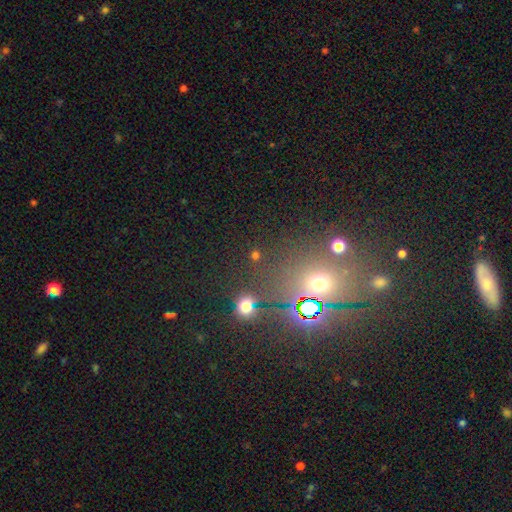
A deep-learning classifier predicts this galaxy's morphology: A smooth galaxy with no disk features (47%). Merging: none (77%).